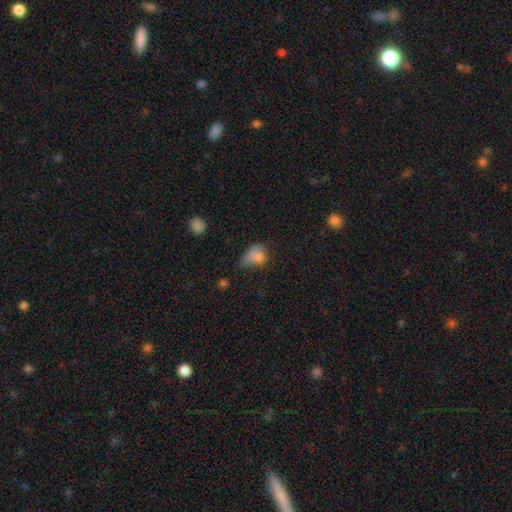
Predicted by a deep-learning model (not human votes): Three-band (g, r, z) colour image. It shows a smooth galaxy with no disk features (78%) that is in between round and cigar-shaped (69%). Merging: minor disturbance (39%).